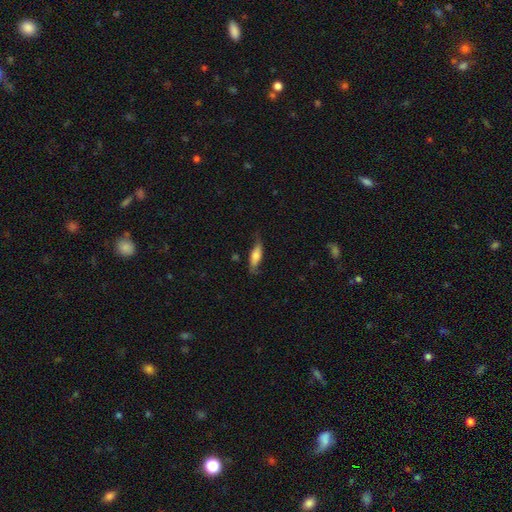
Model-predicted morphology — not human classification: smooth_or_featured: smooth (p=0.56) [alt: featured or disk p=0.38]
how_rounded: in between (p=0.50) [alt: cigar-shaped p=0.47]
merging: none (p=0.65) [alt: minor disturbance p=0.26]